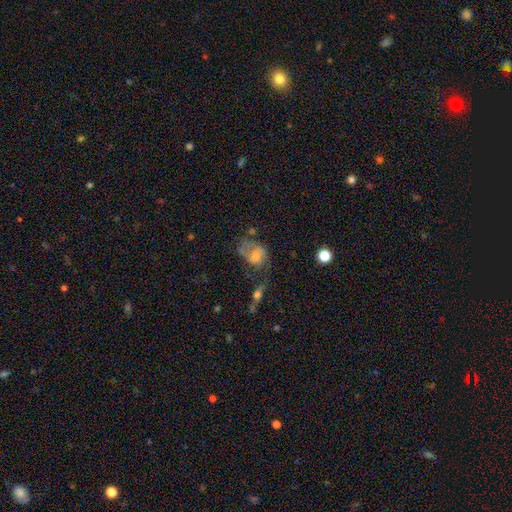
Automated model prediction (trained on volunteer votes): Smooth or featured?
  - featured or disk: 46% *
  - smooth: 40%
  - star or artifact: 14%
Merging?
  - major disturbance: 33% *
  - none: 32%
  - minor disturbance: 22%
  - merger: 13%